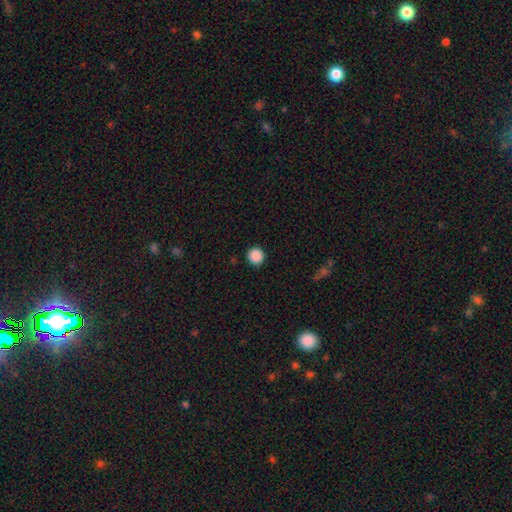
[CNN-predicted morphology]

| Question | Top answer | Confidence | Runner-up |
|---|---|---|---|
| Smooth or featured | smooth | 89% | star or artifact (9%) |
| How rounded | round | 94% | in between (5%) |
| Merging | none | 92% | minor disturbance (5%) |